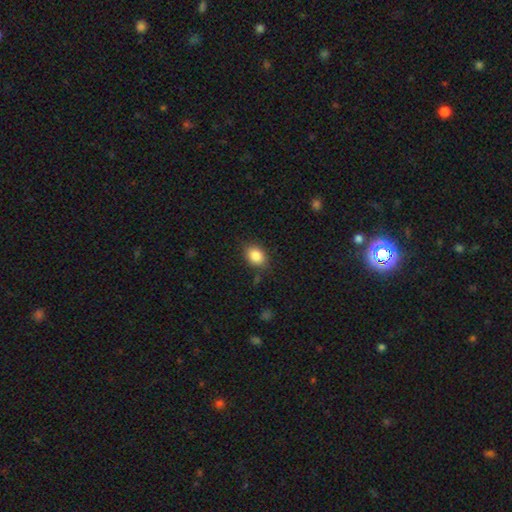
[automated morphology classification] A smooth galaxy with no disk features (86%) that is in between round and cigar-shaped (66%). Merging: none (80%).